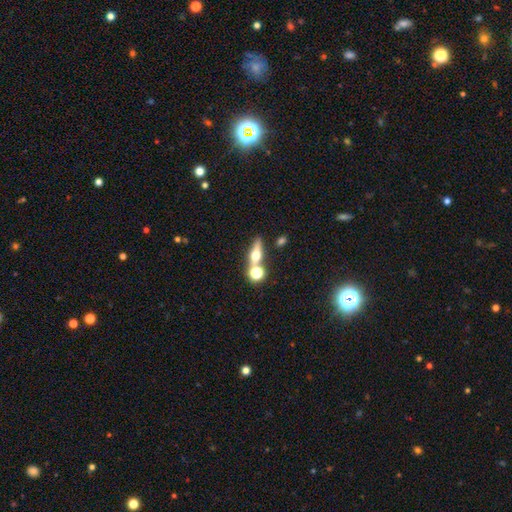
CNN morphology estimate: Smooth or featured? smooth (47%)
Merging? none (54%)